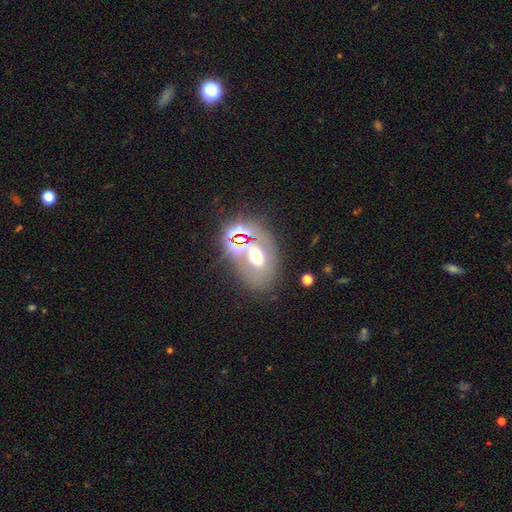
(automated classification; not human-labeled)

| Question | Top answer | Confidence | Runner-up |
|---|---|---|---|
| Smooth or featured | smooth | 42% | star or artifact (29%) |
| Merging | none | 63% | merger (15%) |